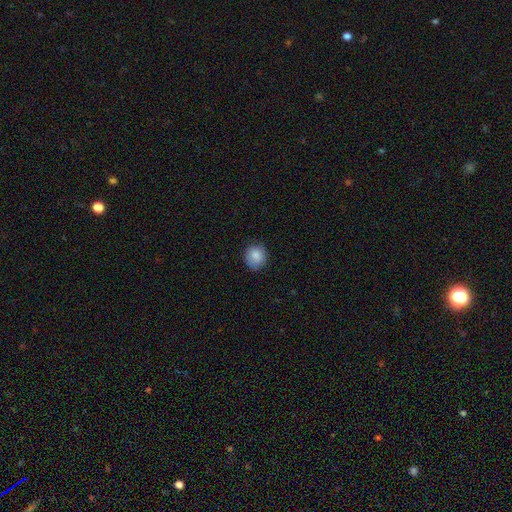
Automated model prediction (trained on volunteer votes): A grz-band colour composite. It shows a smooth galaxy with no disk features (85%) that is round (82%). Merging: none (81%).